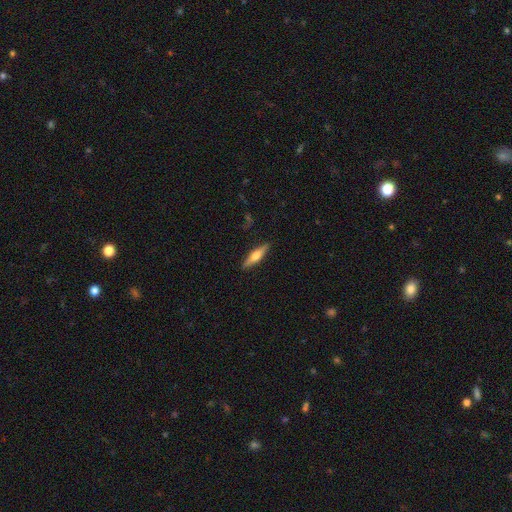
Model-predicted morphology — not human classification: A featured or disk galaxy (50%).

Vote fractions:
- Smooth or featured? featured or disk: 50% / smooth: 44% / star or artifact: 6%
- Merging? none: 89% / minor disturbance: 8% / major disturbance: 2% / merger: 1%